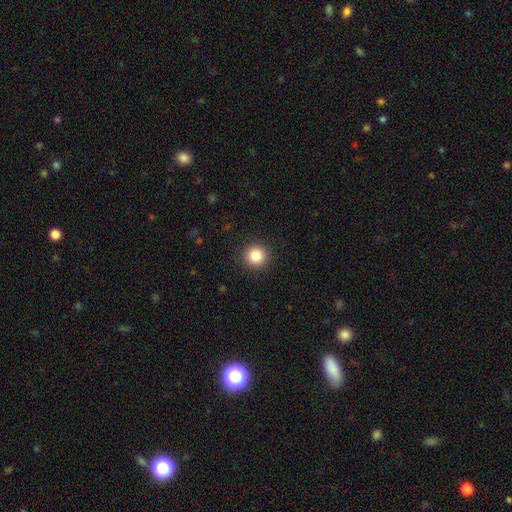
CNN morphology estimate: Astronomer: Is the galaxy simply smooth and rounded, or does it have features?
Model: smooth — 85%.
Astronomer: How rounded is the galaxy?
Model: round — 95%.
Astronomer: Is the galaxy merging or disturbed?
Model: none — 92%.